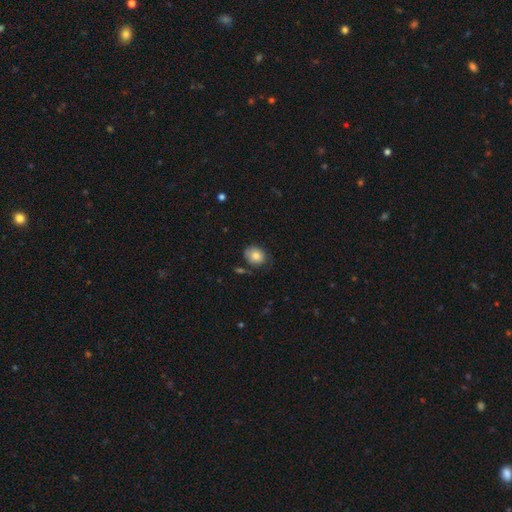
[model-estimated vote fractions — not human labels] Q: Smooth or featured?
A: smooth (81%); runner-up: featured or disk (11%)
Q: How rounded?
A: round (50%); runner-up: in between (49%)
Q: Merging?
A: none (67%); runner-up: minor disturbance (23%)